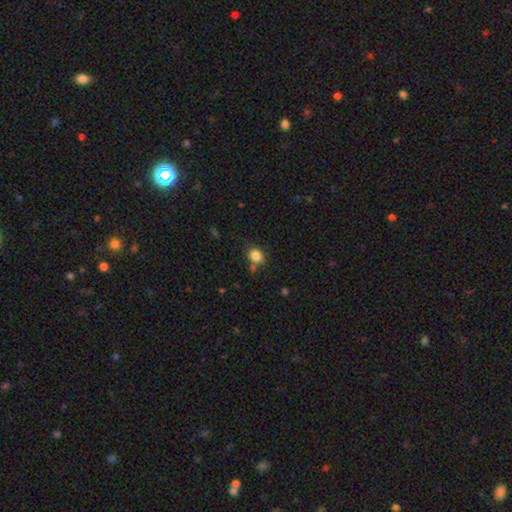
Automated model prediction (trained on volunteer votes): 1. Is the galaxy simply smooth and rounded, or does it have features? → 83% smooth, 11% star or artifact, 5% featured or disk.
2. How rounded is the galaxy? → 65% round, 34% in between, 1% cigar-shaped.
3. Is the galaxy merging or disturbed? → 69% none, 16% minor disturbance, 11% merger, 5% major disturbance.